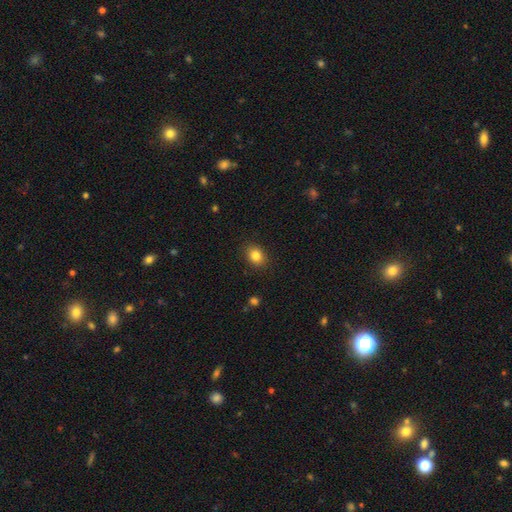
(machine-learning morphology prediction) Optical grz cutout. It shows a smooth galaxy with no disk features (84%) that is in between round and cigar-shaped (50%). Merging: none (89%).